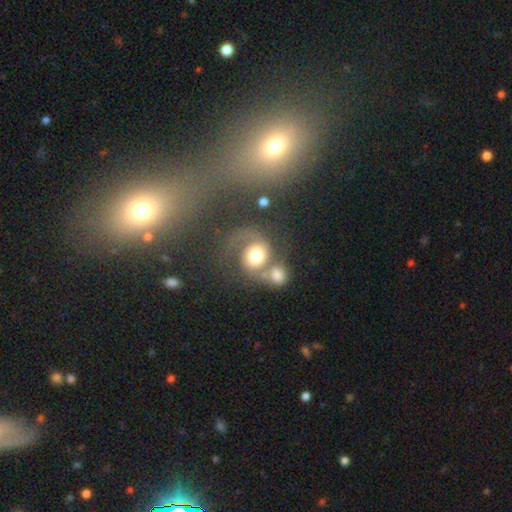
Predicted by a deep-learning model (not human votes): featured or disk 53%, smooth 36%, star or artifact 10%. Down the decision tree: edge-on disk — no (97%); bar — no (74%); spiral arms — yes (79%); bulge size — moderate (47%); merging — merger (49%).